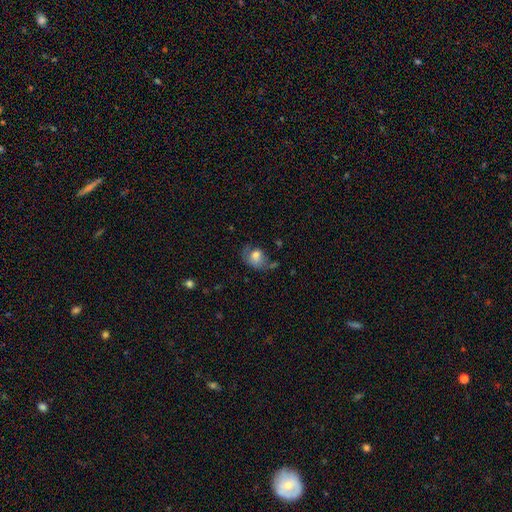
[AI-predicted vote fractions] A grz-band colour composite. It shows a smooth galaxy with no disk features (66%) that is in between round and cigar-shaped (58%). Merging: none (41%).